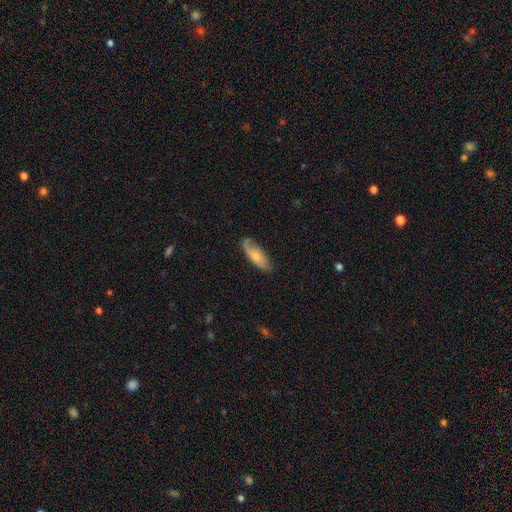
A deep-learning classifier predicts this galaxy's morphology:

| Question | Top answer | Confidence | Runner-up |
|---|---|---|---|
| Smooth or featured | smooth | 58% | featured or disk (36%) |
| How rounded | in between | 77% | cigar-shaped (21%) |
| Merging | none | 65% | minor disturbance (25%) |